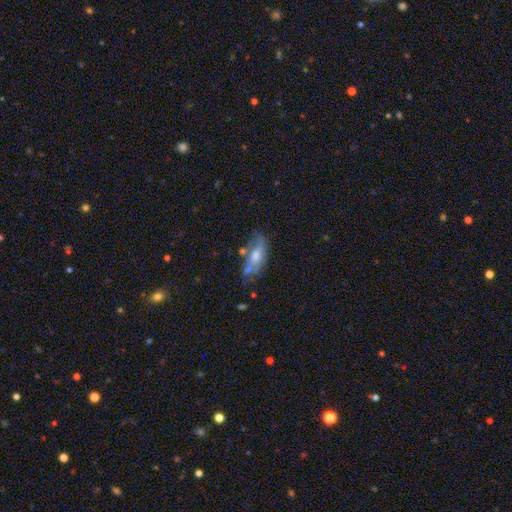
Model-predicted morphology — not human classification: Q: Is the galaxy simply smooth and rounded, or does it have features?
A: featured or disk — 51%.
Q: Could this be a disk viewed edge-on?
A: no — 72%.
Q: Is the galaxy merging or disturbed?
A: none — 47%.